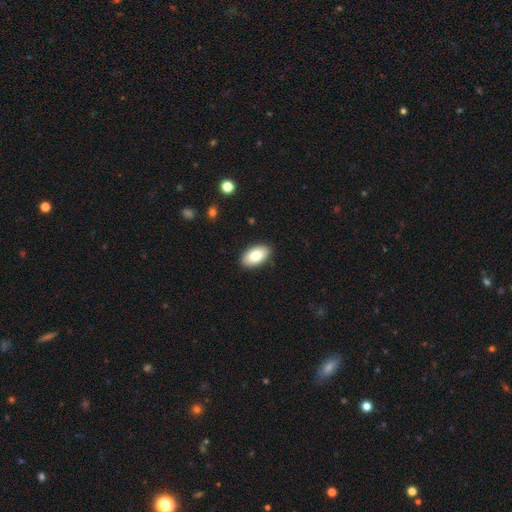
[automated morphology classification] type=smooth (83%); roundness=in between (95%); merging=none (89%).